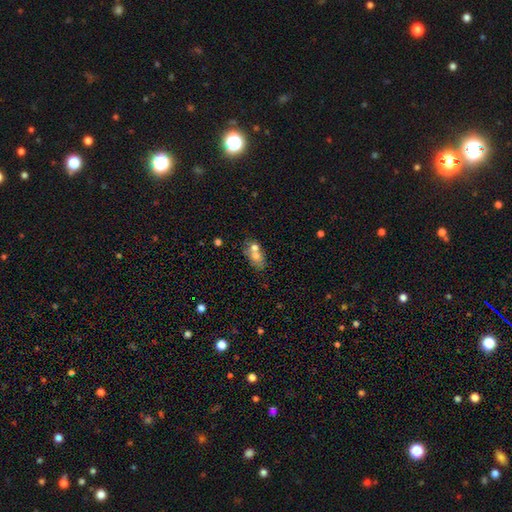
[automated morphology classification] smooth-or-featured: smooth: 64% | featured or disk: 24% | star or artifact: 12%
  how-rounded: in between: 66% | round: 29% | cigar-shaped: 5%
  merging: merger: 50% | none: 34% | minor disturbance: 10% | major disturbance: 6%